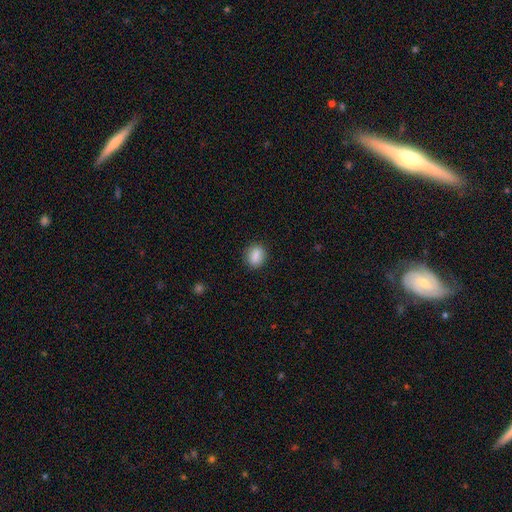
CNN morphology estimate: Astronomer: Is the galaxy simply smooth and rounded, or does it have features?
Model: smooth — 86%.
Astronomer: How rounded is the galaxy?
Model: in between — 54% (runner-up: round, 44%).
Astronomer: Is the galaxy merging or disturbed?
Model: none — 86%.